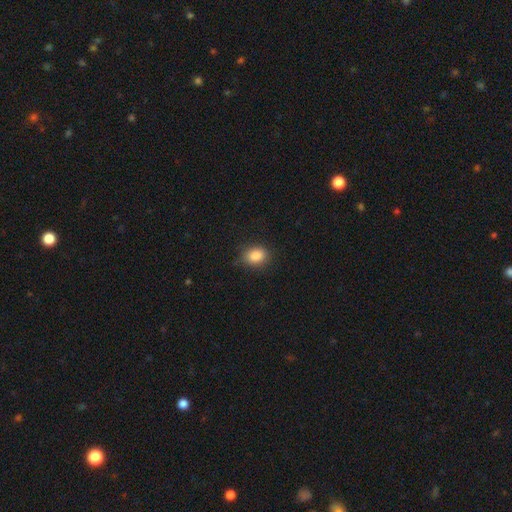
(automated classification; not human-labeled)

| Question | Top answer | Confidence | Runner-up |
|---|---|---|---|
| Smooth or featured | smooth | 86% | star or artifact (9%) |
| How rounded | in between | 61% | round (38%) |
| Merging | none | 80% | minor disturbance (15%) |